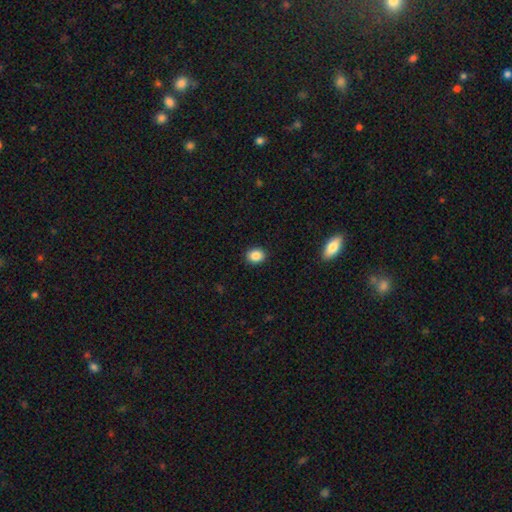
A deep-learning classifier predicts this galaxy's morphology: smooth 87%, star or artifact 9%, featured or disk 4%. Down the decision tree: how rounded — round (63%); merging — none (91%).